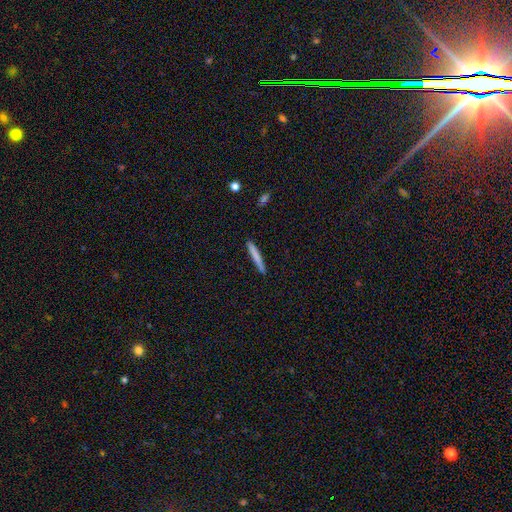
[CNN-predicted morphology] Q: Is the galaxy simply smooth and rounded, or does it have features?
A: smooth — 77%.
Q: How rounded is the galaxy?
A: cigar-shaped — 96%.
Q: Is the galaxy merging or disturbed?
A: none — 90%.